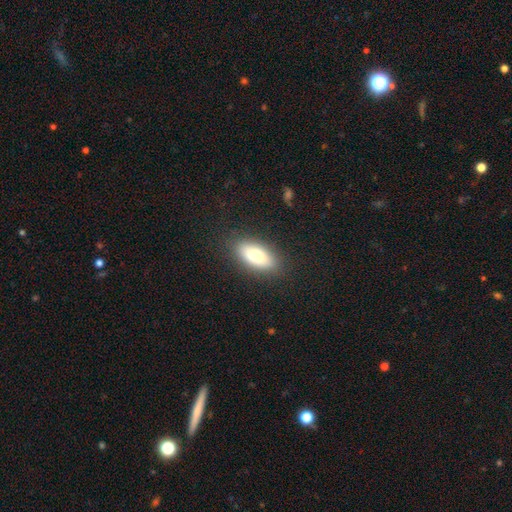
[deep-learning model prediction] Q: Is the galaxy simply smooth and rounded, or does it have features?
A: smooth — 79%.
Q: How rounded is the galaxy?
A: in between — 84%.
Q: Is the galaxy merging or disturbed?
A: none — 85%.